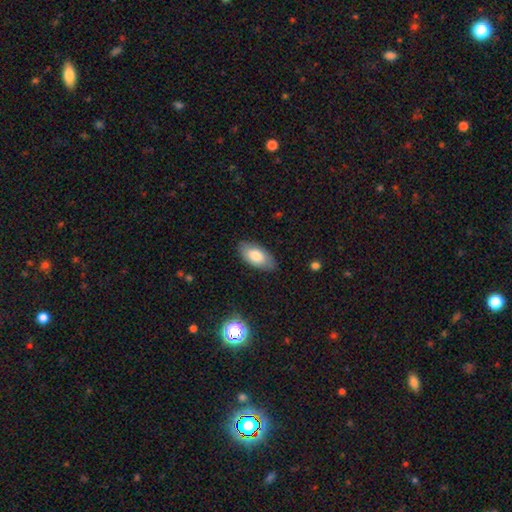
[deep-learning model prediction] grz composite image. It shows a smooth galaxy with no disk features (78%) that is in between round and cigar-shaped (93%). Merging: none (85%).